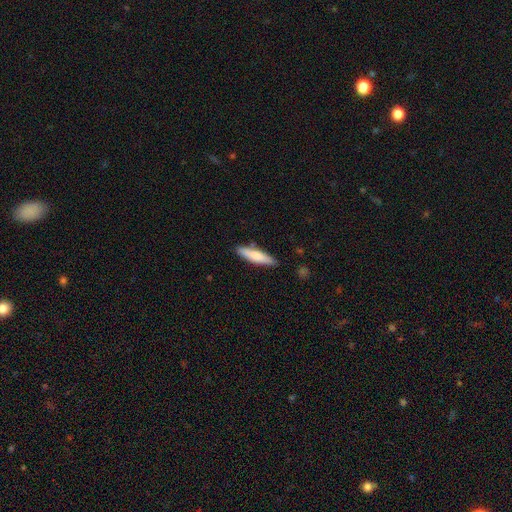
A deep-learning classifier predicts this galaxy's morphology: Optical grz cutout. It shows a smooth galaxy with no disk features (73%) that is cigar-shaped (78%). Merging: none (85%).